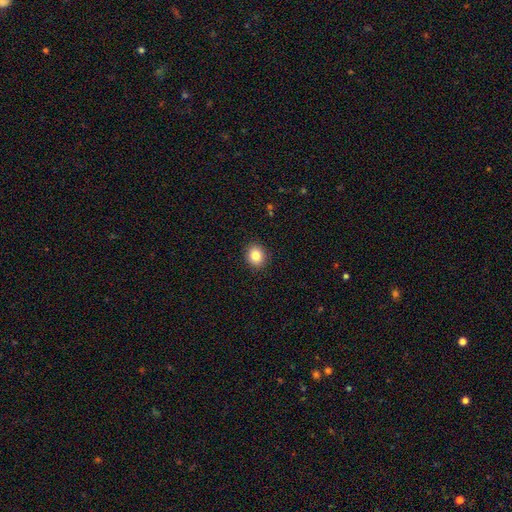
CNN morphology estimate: type=smooth (84%); roundness=round (68%); merging=none (91%).